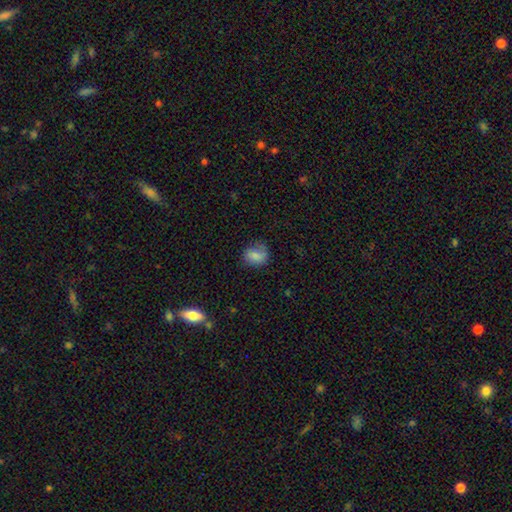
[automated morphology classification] smooth_or_featured: smooth (p=0.78) [alt: featured or disk p=0.13]
how_rounded: round (p=0.55) [alt: in between p=0.44]
merging: none (p=0.65) [alt: minor disturbance p=0.24]